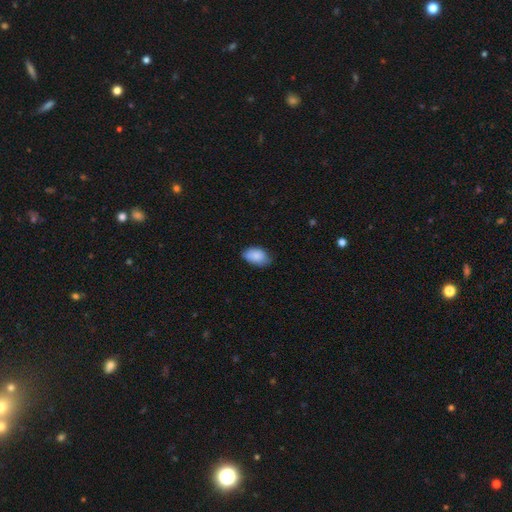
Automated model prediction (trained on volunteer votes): This is clearly a smooth galaxy (86%). How rounded: clearly in between (91%). Merging: likely none (68%).